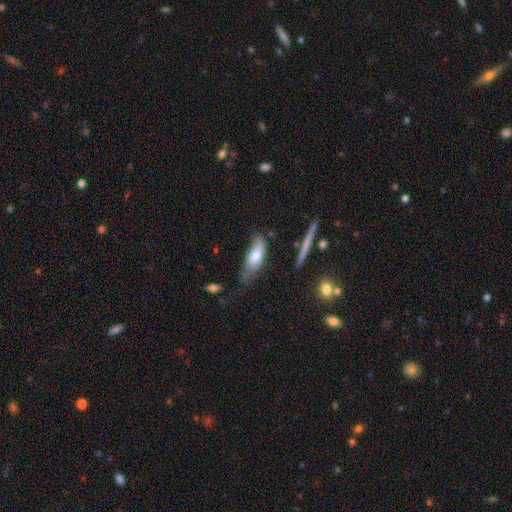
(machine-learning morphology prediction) A smooth galaxy with no disk features (69%) that is in between round and cigar-shaped (65%). Merging: none (49%).